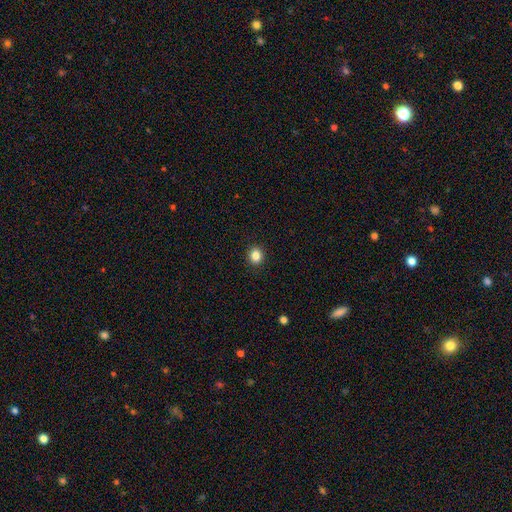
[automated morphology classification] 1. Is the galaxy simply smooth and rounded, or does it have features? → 85% smooth, 11% star or artifact, 4% featured or disk.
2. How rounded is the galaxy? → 74% round, 25% in between, 1% cigar-shaped.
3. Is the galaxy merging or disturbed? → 92% none, 5% minor disturbance, 2% major disturbance, 1% merger.